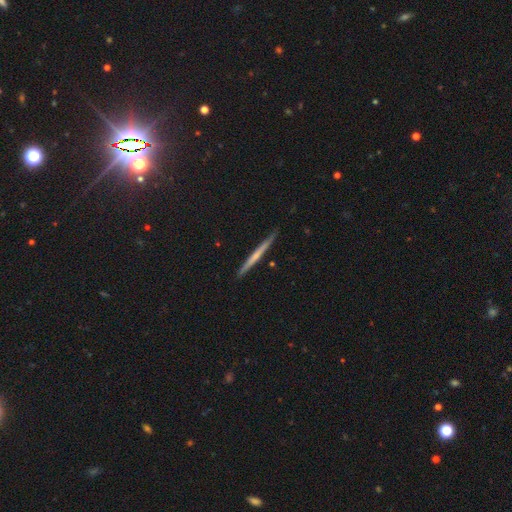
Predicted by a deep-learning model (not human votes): Smooth or featured?
  - featured or disk: 54% *
  - smooth: 40%
  - star or artifact: 6%
Edge-on disk?
  - yes: 97% *
  - no: 3%
Edge-on bulge?
  - none: 68% *
  - rounded: 26%
  - boxy: 6%
Merging?
  - none: 89% *
  - minor disturbance: 9%
  - merger: 1%
  - major disturbance: 1%